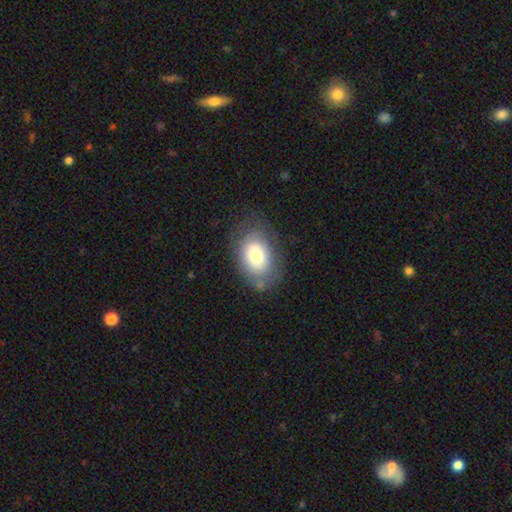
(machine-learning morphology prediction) A smooth galaxy with no disk features (75%) that is in between round and cigar-shaped (83%).

Vote fractions:
- Smooth or featured? smooth: 75% / featured or disk: 17% / star or artifact: 8%
- How rounded? in between: 83% / round: 16% / cigar-shaped: 1%
- Merging? none: 71% / minor disturbance: 19% / major disturbance: 8% / merger: 2%